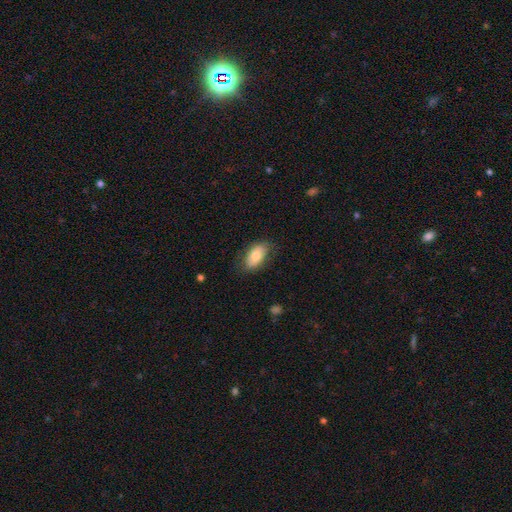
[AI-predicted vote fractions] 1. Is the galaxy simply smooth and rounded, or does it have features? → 73% smooth, 20% featured or disk, 6% star or artifact.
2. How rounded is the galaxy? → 93% in between, 5% round, 3% cigar-shaped.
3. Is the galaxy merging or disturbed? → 76% none, 18% minor disturbance, 5% major disturbance, 1% merger.